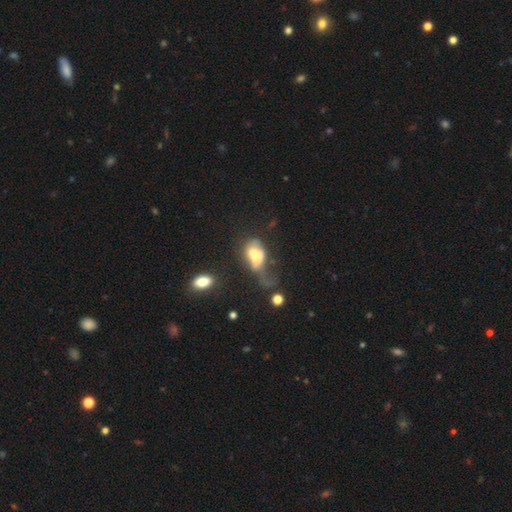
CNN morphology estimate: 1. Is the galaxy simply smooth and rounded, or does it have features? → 48% smooth, 40% featured or disk, 12% star or artifact.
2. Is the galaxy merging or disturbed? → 51% merger, 30% major disturbance, 11% none, 8% minor disturbance.